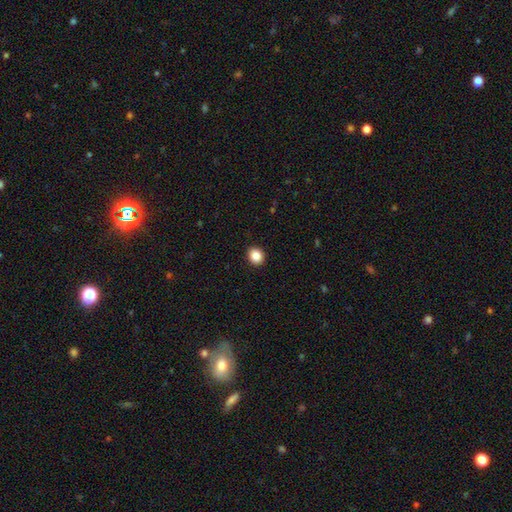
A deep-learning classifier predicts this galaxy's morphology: Smooth or featured?
  - smooth: 86% *
  - star or artifact: 9%
  - featured or disk: 4%
How rounded?
  - round: 68% *
  - in between: 31%
  - cigar-shaped: 1%
Merging?
  - none: 92% *
  - minor disturbance: 5%
  - major disturbance: 2%
  - merger: 1%